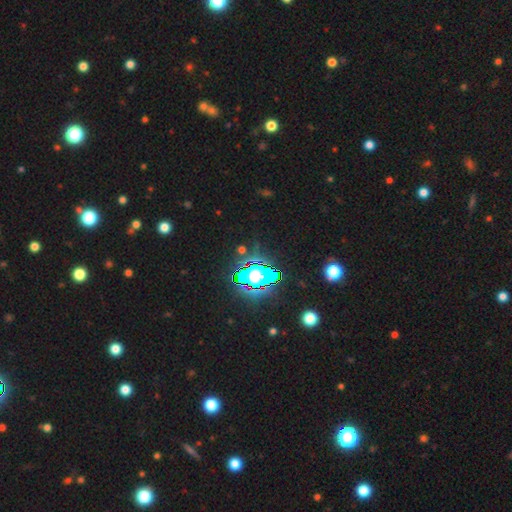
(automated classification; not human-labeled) Smooth or featured?
  - star or artifact: 80% *
  - smooth: 11%
  - featured or disk: 9%